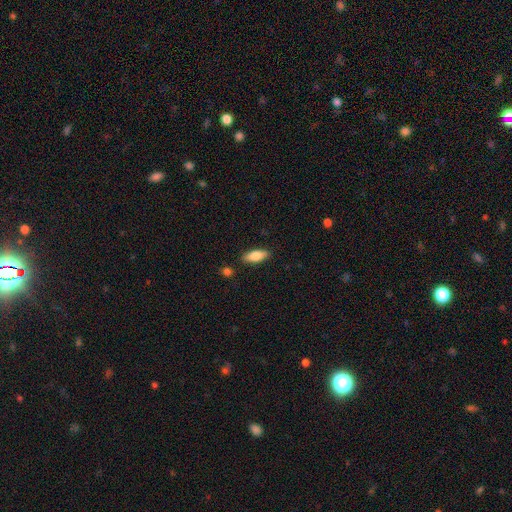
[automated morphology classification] Overall: smooth (75%). How rounded: in between (72%). Merging: none (85%).